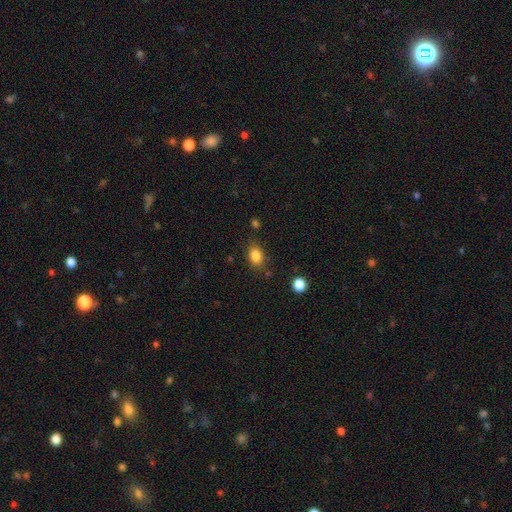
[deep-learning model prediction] Morphology: type=smooth (84%); roundness=in between (72%); merging=none (78%).